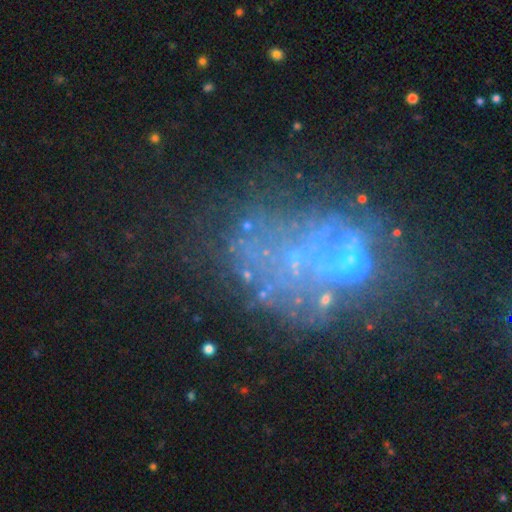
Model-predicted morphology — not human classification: A featured or disk galaxy (48%). Merging: major disturbance (35%).